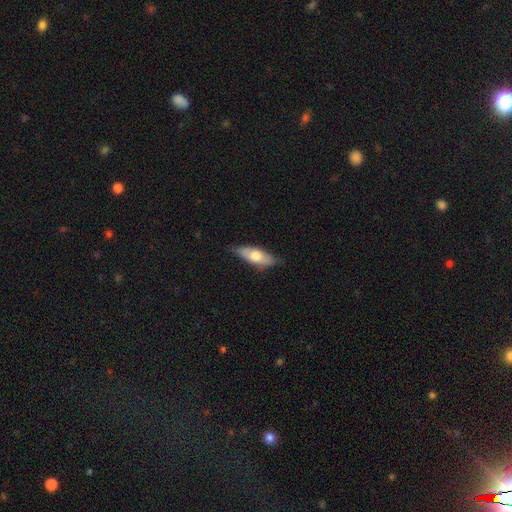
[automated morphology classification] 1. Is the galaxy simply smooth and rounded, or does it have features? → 63% smooth, 32% featured or disk, 6% star or artifact.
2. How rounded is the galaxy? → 70% in between, 27% cigar-shaped, 3% round.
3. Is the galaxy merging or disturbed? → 77% none, 19% minor disturbance, 3% major disturbance, 1% merger.